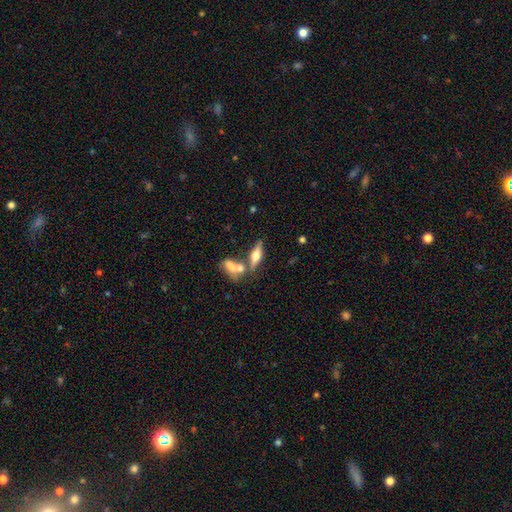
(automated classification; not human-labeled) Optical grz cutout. It shows a featured or disk galaxy (55%) viewed edge-on (91%). Merging: none (56%).